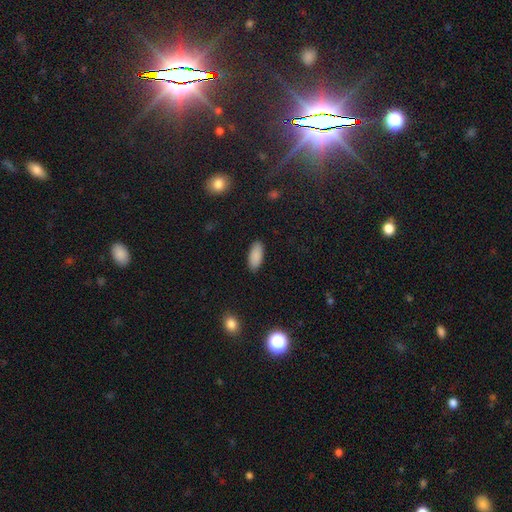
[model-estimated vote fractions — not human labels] The model was most divided on "how rounded": in between: 88%, cigar-shaped: 11%, round: 2%. More confident: smooth or featured — smooth (89%); merging — none (89%).